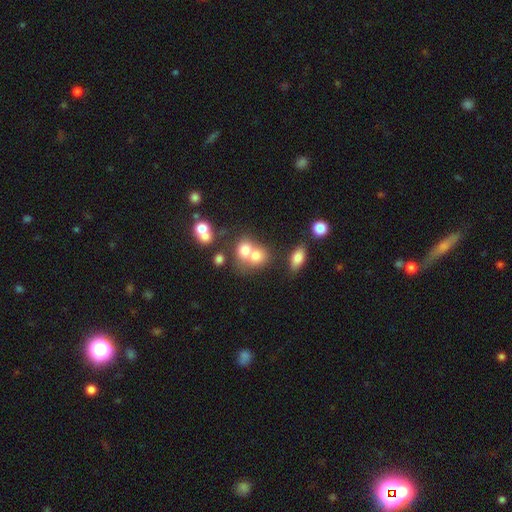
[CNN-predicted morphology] Overall: smooth (71%). How rounded: round (65%; in between 34%). Merging: merger (60%; none 29%).